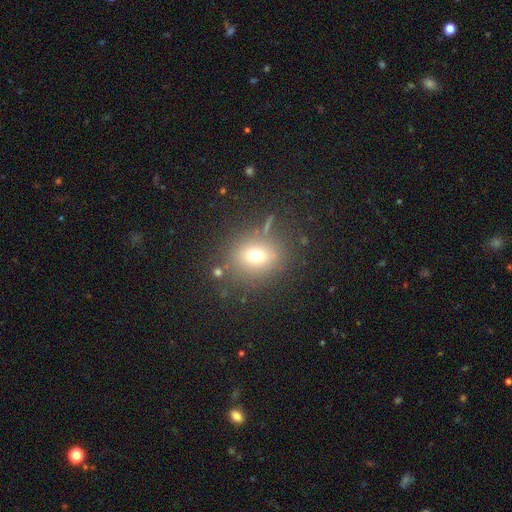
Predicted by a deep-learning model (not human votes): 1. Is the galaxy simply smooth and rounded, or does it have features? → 69% smooth, 18% star or artifact, 13% featured or disk.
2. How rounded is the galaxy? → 72% round, 27% in between, 1% cigar-shaped.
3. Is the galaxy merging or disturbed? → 79% none, 11% minor disturbance, 5% major disturbance, 5% merger.